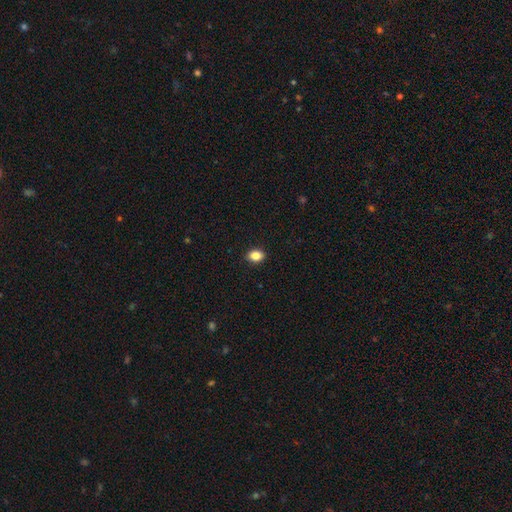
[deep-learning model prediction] Smooth or featured? smooth (85%)
How rounded? in between (67%)
Merging? none (90%)